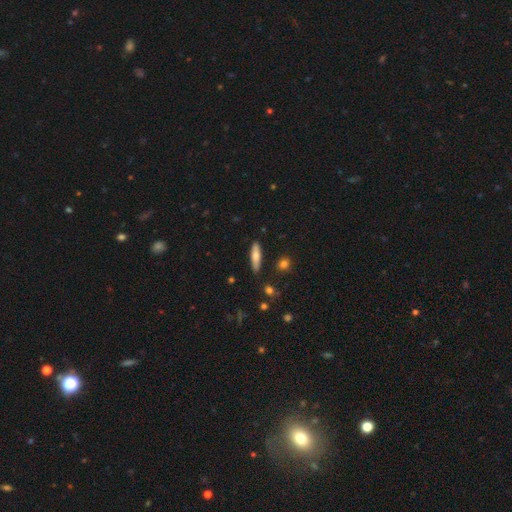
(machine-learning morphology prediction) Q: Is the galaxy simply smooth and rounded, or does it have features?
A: smooth — 69%.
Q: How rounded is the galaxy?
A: cigar-shaped — 72%.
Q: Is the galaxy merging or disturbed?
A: none — 85%.